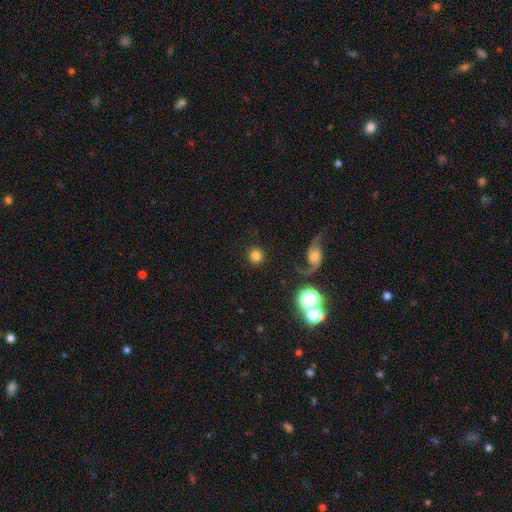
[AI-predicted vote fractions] smooth_or_featured: smooth (p=0.77) [alt: star or artifact p=0.12]
how_rounded: round (p=0.95) [alt: in between p=0.04]
merging: none (p=0.90) [alt: minor disturbance p=0.05]